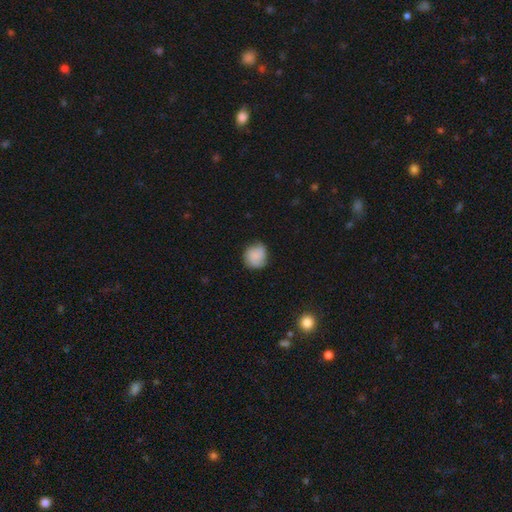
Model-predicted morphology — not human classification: Overall: smooth (79%). How rounded: round (84%). Merging: none (70%).